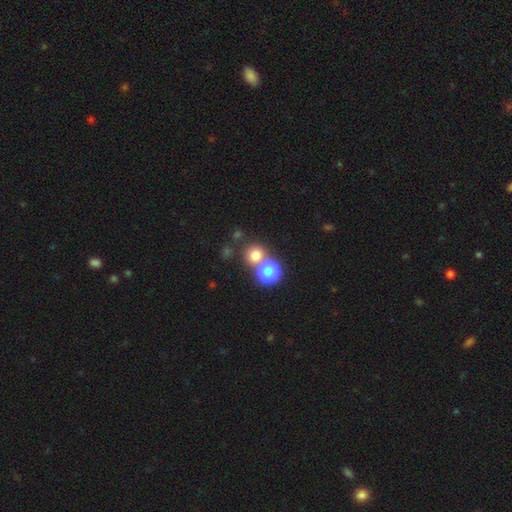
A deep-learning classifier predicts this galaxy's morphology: Smooth or featured? smooth (72%)
How rounded? round (89%)
Merging? none (64%)